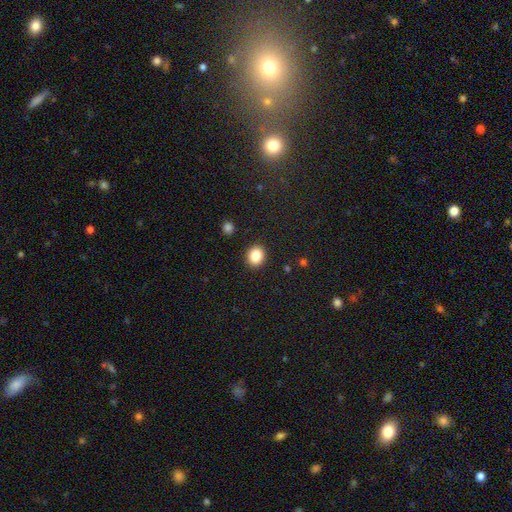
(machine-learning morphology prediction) smooth 86%, star or artifact 9%, featured or disk 5%. Down the decision tree: how rounded — round (63%); merging — none (91%).